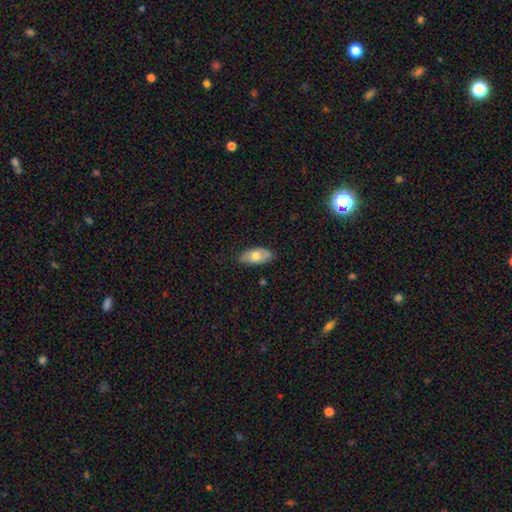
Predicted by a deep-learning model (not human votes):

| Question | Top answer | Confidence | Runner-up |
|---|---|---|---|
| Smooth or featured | smooth | 67% | featured or disk (27%) |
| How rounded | in between | 92% | cigar-shaped (5%) |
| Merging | none | 81% | minor disturbance (15%) |